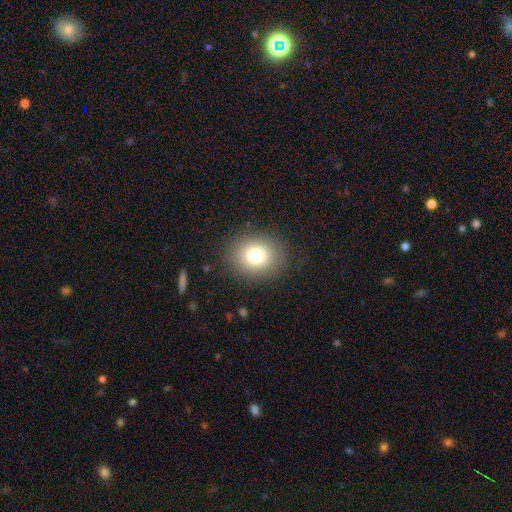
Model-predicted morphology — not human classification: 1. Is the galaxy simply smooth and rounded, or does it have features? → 78% smooth, 12% star or artifact, 10% featured or disk.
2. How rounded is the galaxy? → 59% round, 40% in between, 1% cigar-shaped.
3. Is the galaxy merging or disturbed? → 86% none, 9% minor disturbance, 4% major disturbance, 1% merger.